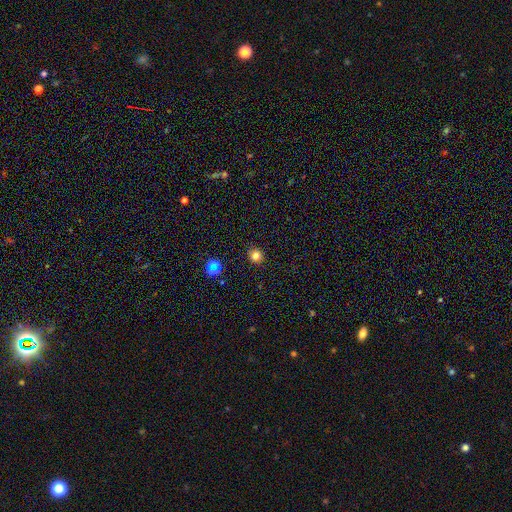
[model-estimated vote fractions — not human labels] Smooth or featured?
  - smooth: 79% *
  - star or artifact: 15%
  - featured or disk: 6%
How rounded?
  - round: 88% *
  - in between: 11%
  - cigar-shaped: 1%
Merging?
  - none: 90% *
  - minor disturbance: 7%
  - major disturbance: 2%
  - merger: 1%